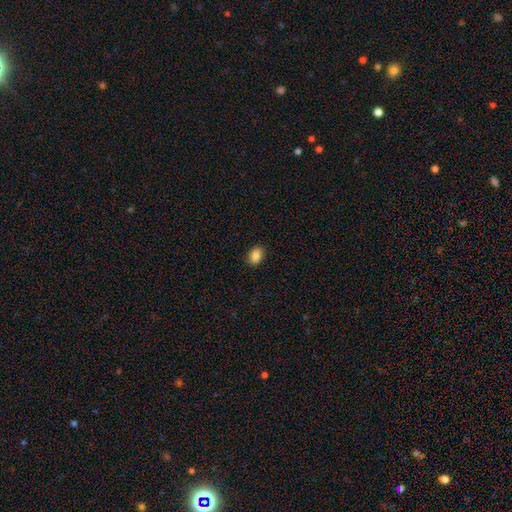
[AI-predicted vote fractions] Overall: smooth (87%). How rounded: in between (75%). Merging: none (89%).